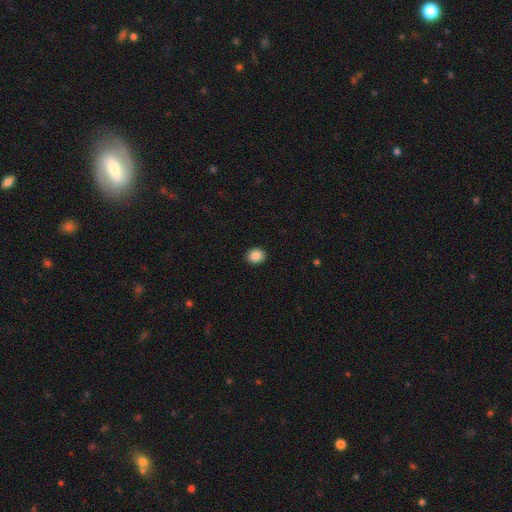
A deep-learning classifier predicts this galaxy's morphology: A smooth galaxy with no disk features (86%) that is round (73%). Merging: none (92%).